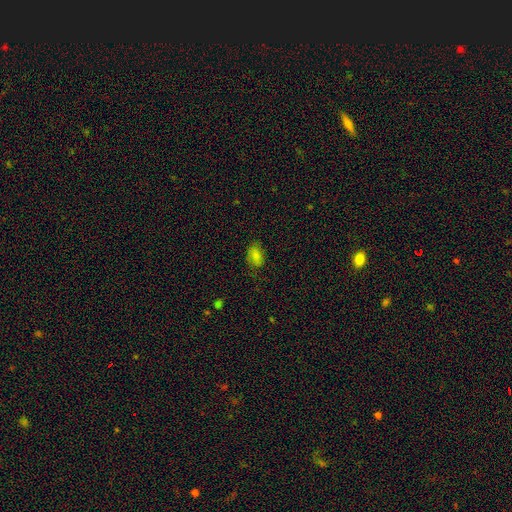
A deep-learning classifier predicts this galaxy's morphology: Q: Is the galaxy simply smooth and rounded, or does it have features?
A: smooth — 78%.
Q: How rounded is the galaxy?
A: in between — 88%.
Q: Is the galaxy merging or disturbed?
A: none — 72%.